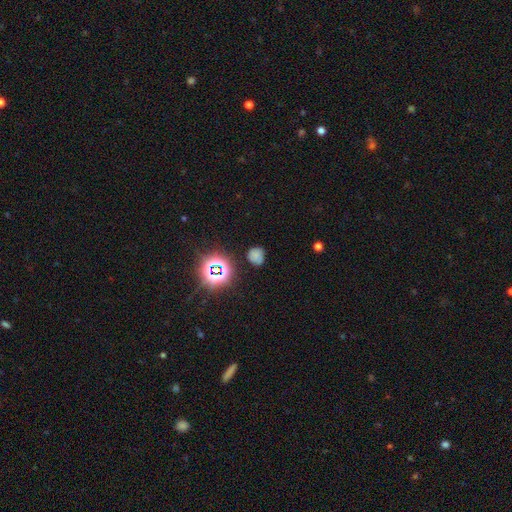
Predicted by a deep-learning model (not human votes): A smooth galaxy with no disk features (63%) that is round (74%). Merging: none (75%).